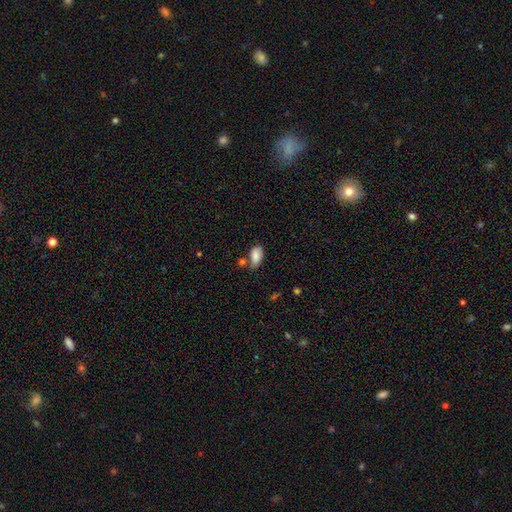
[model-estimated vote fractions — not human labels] Smooth or featured? Predicted: smooth (p=0.86). How rounded? Predicted: in between (p=0.93). Merging? Predicted: none (p=0.58).